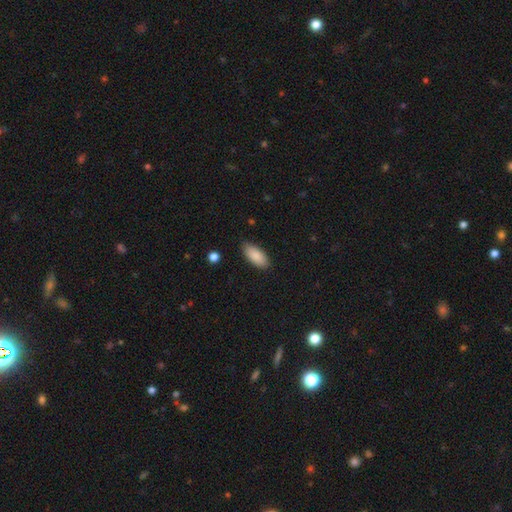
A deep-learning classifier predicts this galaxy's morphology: Smooth or featured? smooth (88%)
How rounded? in between (88%)
Merging? none (84%)